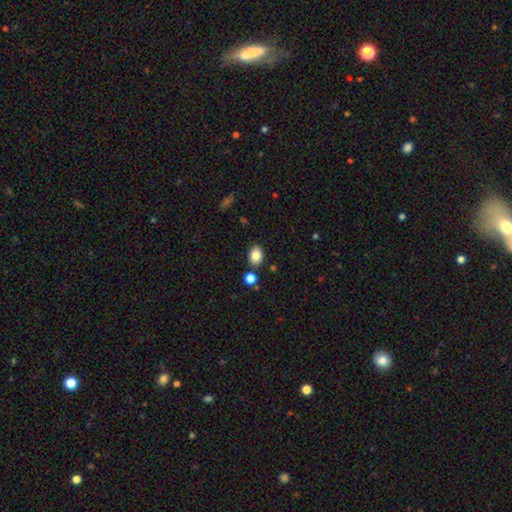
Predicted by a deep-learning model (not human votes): Smooth or featured?
  - smooth: 85% *
  - star or artifact: 9%
  - featured or disk: 6%
How rounded?
  - in between: 76% *
  - round: 23%
  - cigar-shaped: 1%
Merging?
  - none: 83% *
  - minor disturbance: 9%
  - merger: 5%
  - major disturbance: 2%